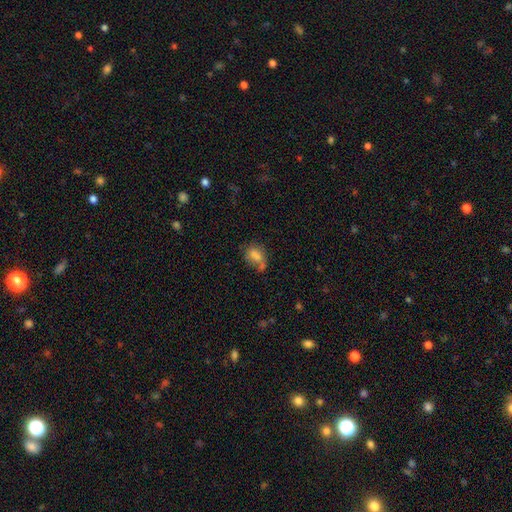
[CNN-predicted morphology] This is likely a smooth galaxy (71%). How rounded: likely in between (75%). Merging: marginally none (37%).